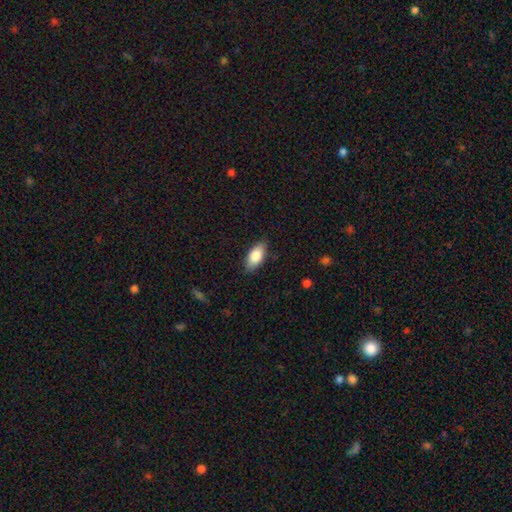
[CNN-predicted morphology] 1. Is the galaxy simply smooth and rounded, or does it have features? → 82% smooth, 11% featured or disk, 6% star or artifact.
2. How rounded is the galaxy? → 87% in between, 10% cigar-shaped, 2% round.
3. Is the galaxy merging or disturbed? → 85% none, 12% minor disturbance, 2% major disturbance, 1% merger.